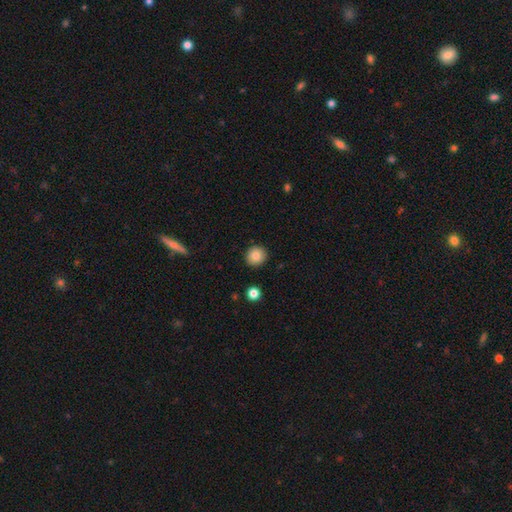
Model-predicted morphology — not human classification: The model was most divided on "smooth or featured": smooth: 86%, star or artifact: 9%, featured or disk: 5%. More confident: merging — none (91%); how rounded — round (90%).